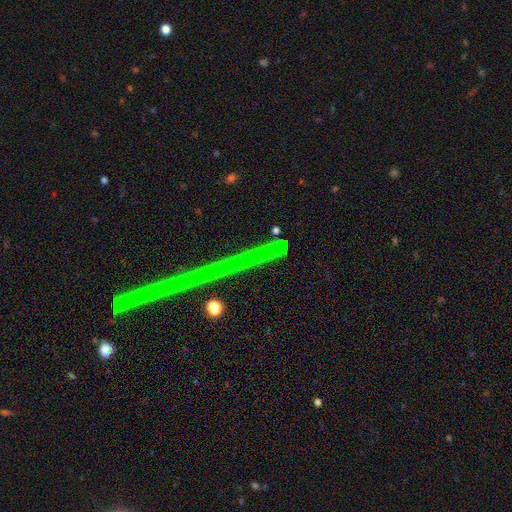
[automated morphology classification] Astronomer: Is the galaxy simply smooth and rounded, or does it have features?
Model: star or artifact — 76%.